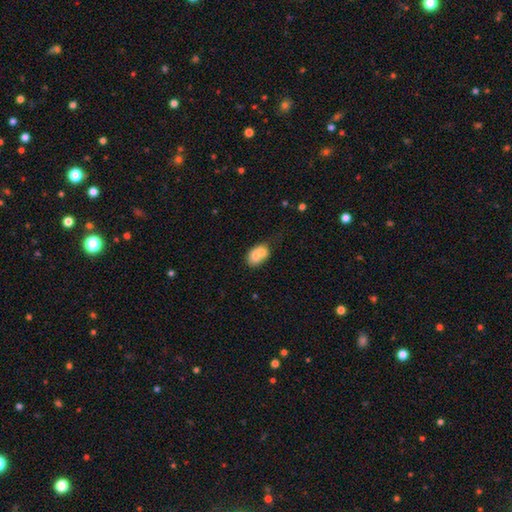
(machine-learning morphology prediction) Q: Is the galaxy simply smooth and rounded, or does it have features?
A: smooth — 70%.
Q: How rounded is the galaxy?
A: in between — 71%.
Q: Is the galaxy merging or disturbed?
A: merger — 59%.